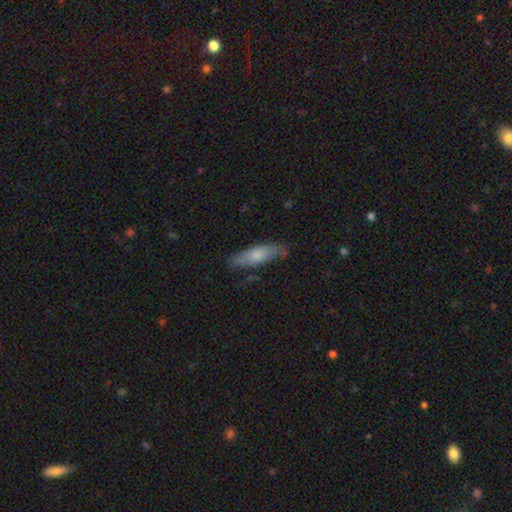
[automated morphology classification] Q: Smooth or featured?
A: smooth (64%); runner-up: featured or disk (29%)
Q: How rounded?
A: cigar-shaped (67%); runner-up: in between (31%)
Q: Merging?
A: none (79%); runner-up: minor disturbance (16%)